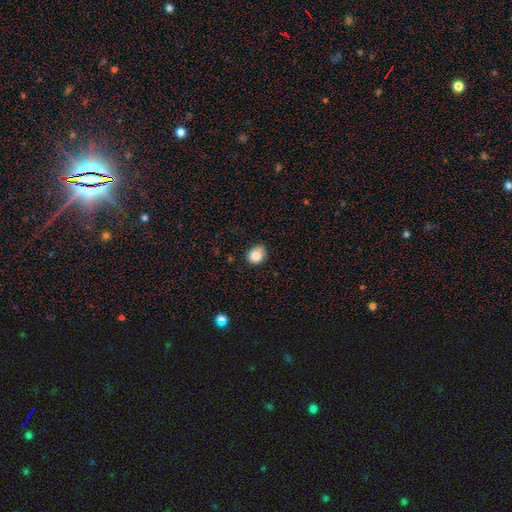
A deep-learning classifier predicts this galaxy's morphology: This is clearly a smooth galaxy (84%). How rounded: likely round (68%). Merging: likely none (73%).